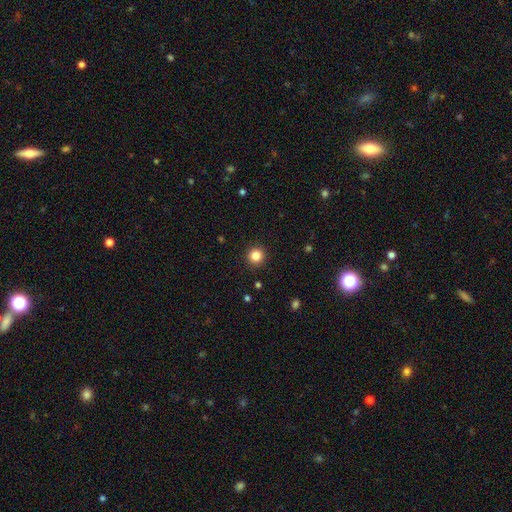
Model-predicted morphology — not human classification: smooth-or-featured: smooth: 84% | star or artifact: 12% | featured or disk: 4%
  how-rounded: round: 95% | in between: 4% | cigar-shaped: 1%
  merging: none: 93% | minor disturbance: 5% | major disturbance: 2% | merger: 1%